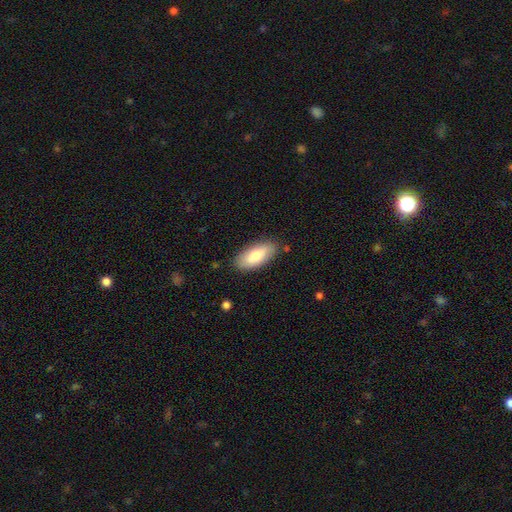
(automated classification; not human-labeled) Overall: smooth (77%). How rounded: in between (87%). Merging: none (85%).